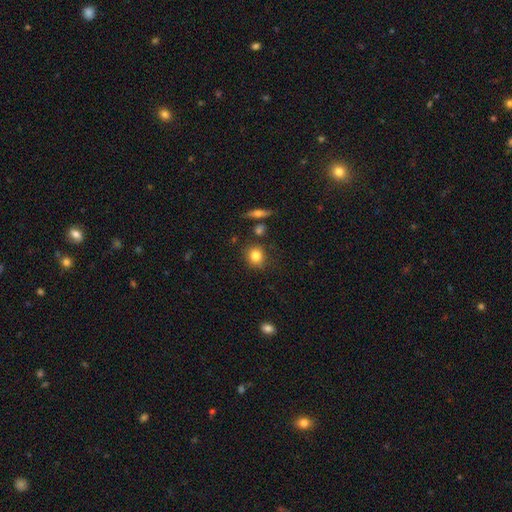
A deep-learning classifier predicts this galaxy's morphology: A smooth galaxy with no disk features (82%) that is round (79%).

Vote fractions:
- Smooth or featured? smooth: 82% / star or artifact: 9% / featured or disk: 9%
- How rounded? round: 79% / in between: 20% / cigar-shaped: 2%
- Merging? none: 81% / minor disturbance: 11% / merger: 5% / major disturbance: 3%